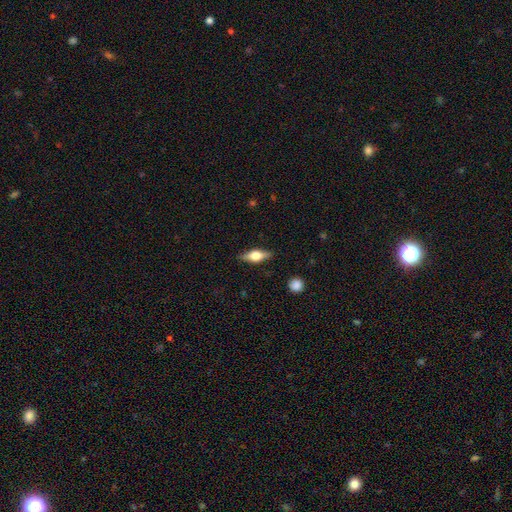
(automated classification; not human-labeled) Overall: featured or disk (49%; smooth 44%). Merging: none (86%).